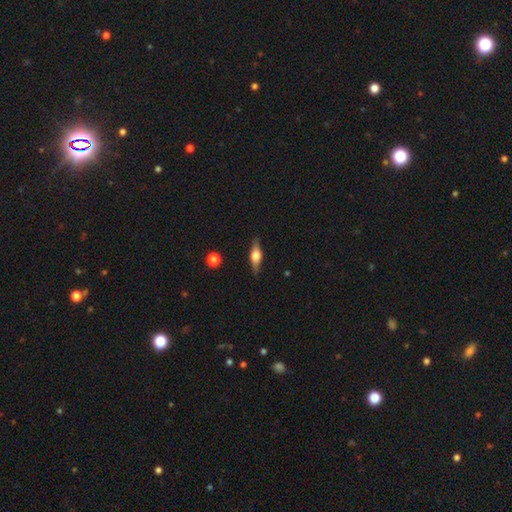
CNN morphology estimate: This is possibly a featured or disk galaxy (54%). It is clearly viewed edge-on (93%). Edge-on bulge: clearly rounded (89%). Merging: clearly none (86%).